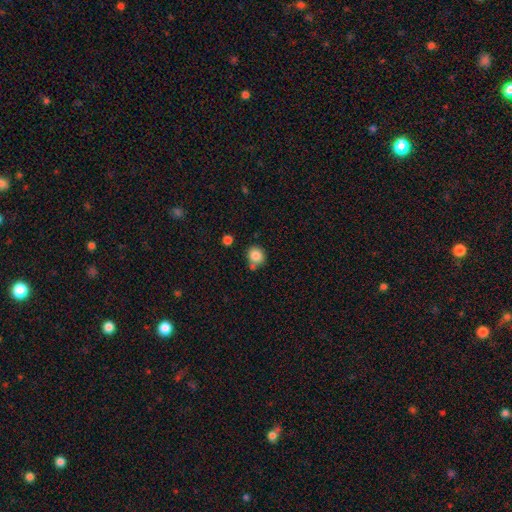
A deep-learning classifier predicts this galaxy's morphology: A smooth galaxy with no disk features (85%) that is round (82%). Merging: none (68%).